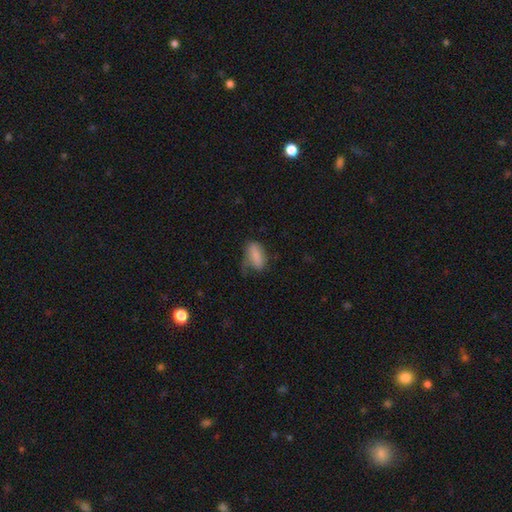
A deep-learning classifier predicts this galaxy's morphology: smooth 72%, featured or disk 21%, star or artifact 8%. Down the decision tree: how rounded — in between (87%); merging — none (39%).